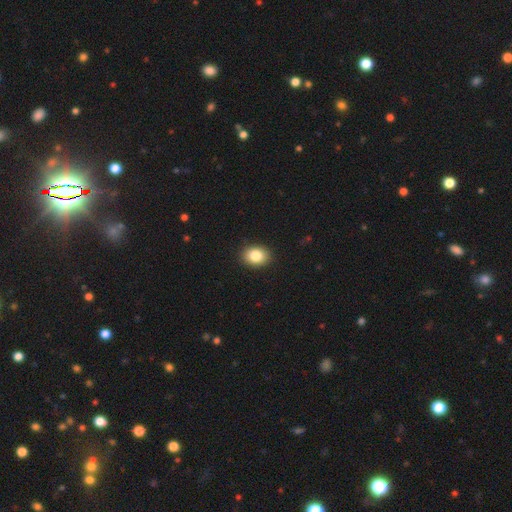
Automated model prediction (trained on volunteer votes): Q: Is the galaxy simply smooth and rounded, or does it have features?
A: smooth — 85%.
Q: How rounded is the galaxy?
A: in between — 63%.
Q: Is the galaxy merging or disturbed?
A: none — 90%.